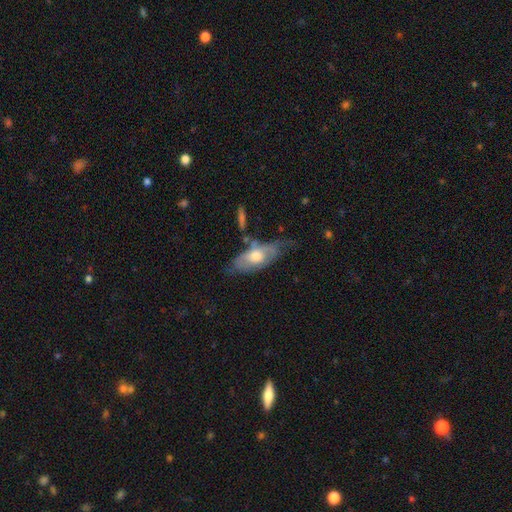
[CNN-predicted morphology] smooth 47% (tied), featured or disk 47% (tied), star or artifact 6%. Down the decision tree: merging — none (41%).